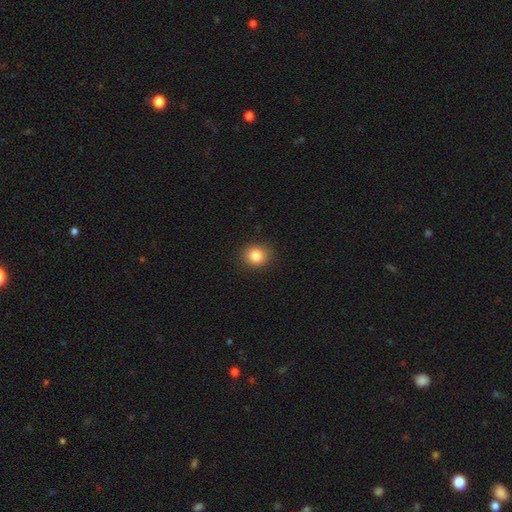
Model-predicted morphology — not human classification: smooth 84%, star or artifact 10%, featured or disk 6%. Down the decision tree: how rounded — round (73%); merging — none (88%).